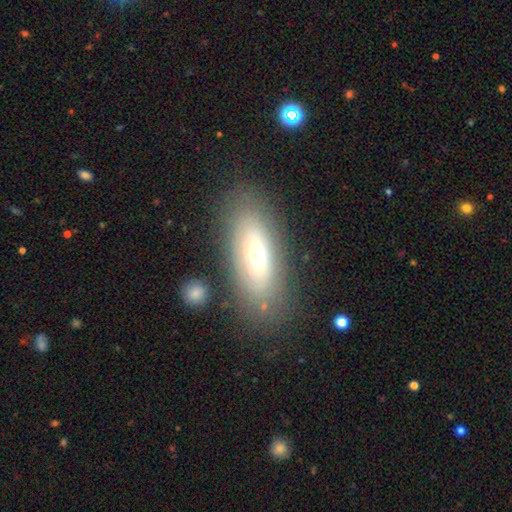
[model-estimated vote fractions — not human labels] This is possibly a smooth galaxy (59%). How rounded: likely in between (76%). Merging: likely none (78%).